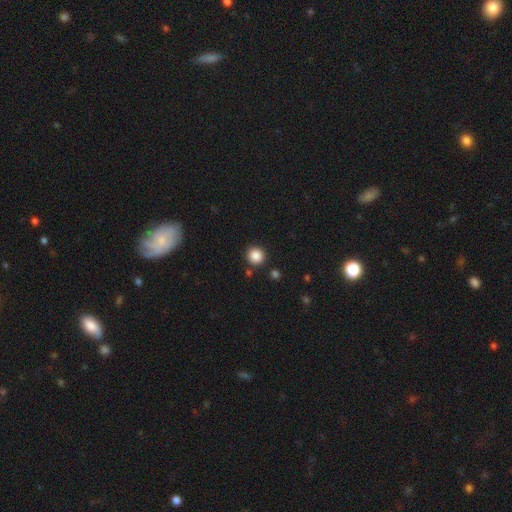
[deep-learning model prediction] smooth-or-featured: smooth: 87% | star or artifact: 10% | featured or disk: 3%
  how-rounded: round: 93% | in between: 6% | cigar-shaped: 1%
  merging: none: 88% | minor disturbance: 6% | merger: 3% | major disturbance: 2%